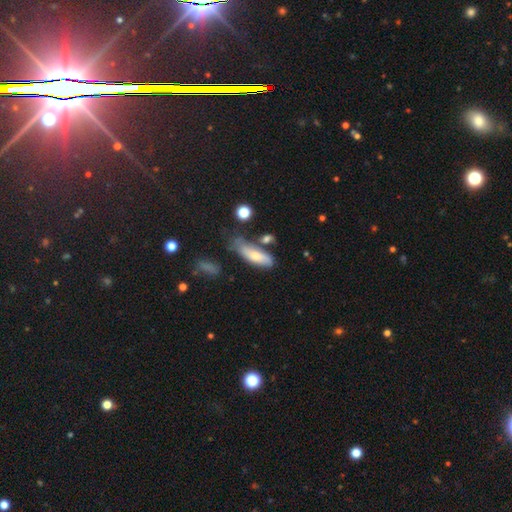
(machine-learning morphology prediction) Smooth or featured? Predicted: smooth (p=0.65). How rounded? Predicted: in between (p=0.60). Merging? Predicted: none (p=0.47).